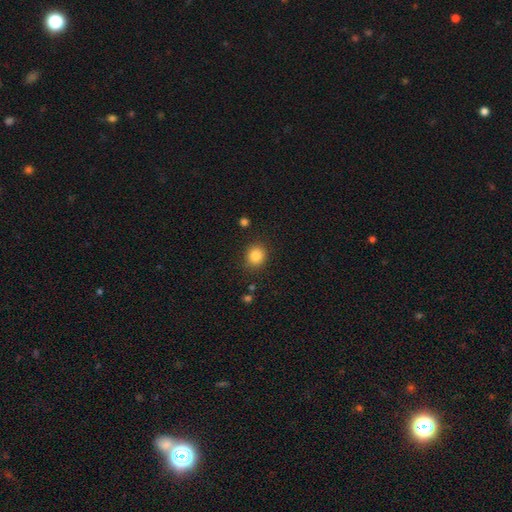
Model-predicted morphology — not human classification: The model was most divided on "how rounded": round: 80%, in between: 19%, cigar-shaped: 1%. More confident: merging — none (86%); smooth or featured — smooth (85%).